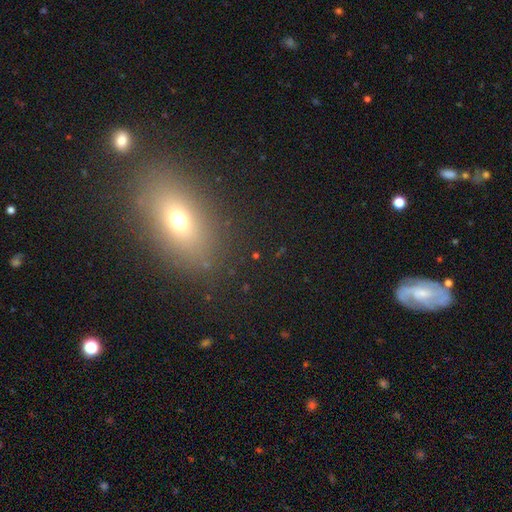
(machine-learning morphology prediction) This appears to be a smooth galaxy with no disk features (49%). Merging: none (79%).